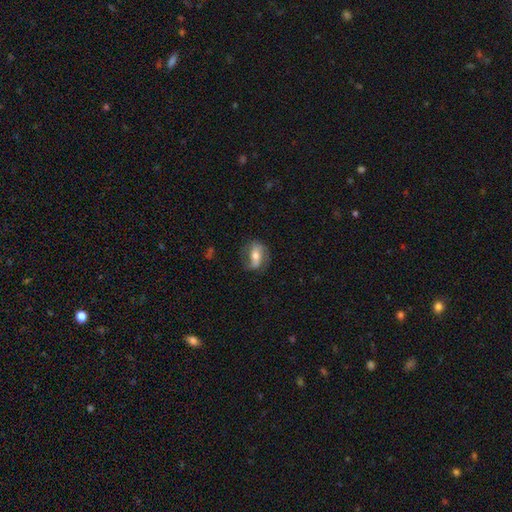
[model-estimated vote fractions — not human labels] Overall: featured or disk (57%; smooth 36%). Edge-on disk: no (89%). Bar: strong (43%; weak 30%). Spiral arms: yes (75%). Bulge size: moderate (64%). Merging: none (69%).